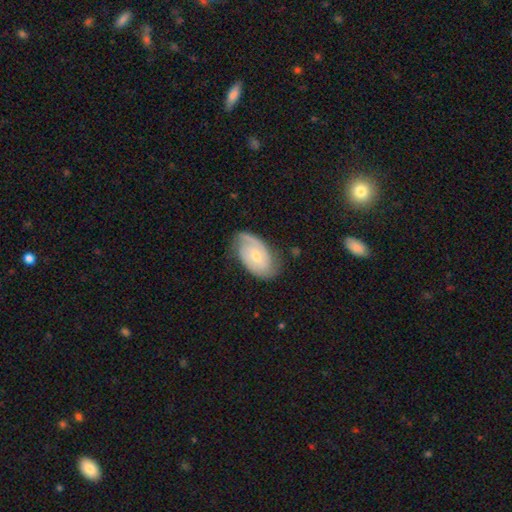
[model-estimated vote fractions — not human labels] Q: Smooth or featured?
A: featured or disk (74%); runner-up: smooth (20%)
Q: Edge-on disk?
A: no (96%); runner-up: yes (4%)
Q: Bar?
A: no (55%); runner-up: weak (38%)
Q: Spiral arms?
A: yes (93%); runner-up: no (7%)
Q: Spiral winding?
A: tight (50%); runner-up: medium (37%)
Q: Spiral arm count?
A: 2 (68%); runner-up: can't tell (16%)
Q: Bulge size?
A: small (59%); runner-up: moderate (36%)
Q: Merging?
A: none (70%); runner-up: minor disturbance (22%)